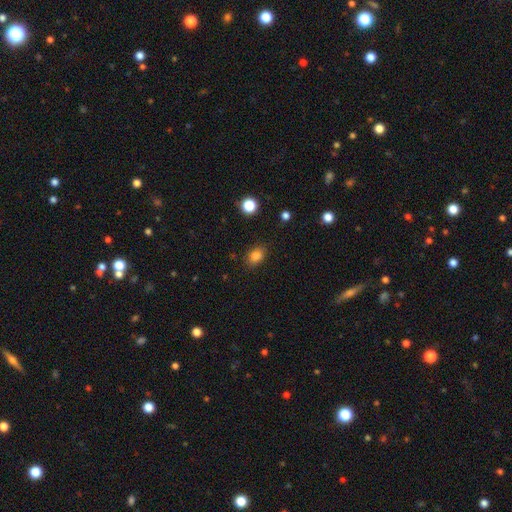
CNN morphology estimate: Smooth or featured: smooth — 83% (star or artifact — 12%)
How rounded: in between — 68% (round — 31%)
Merging: none — 83% (minor disturbance — 12%)